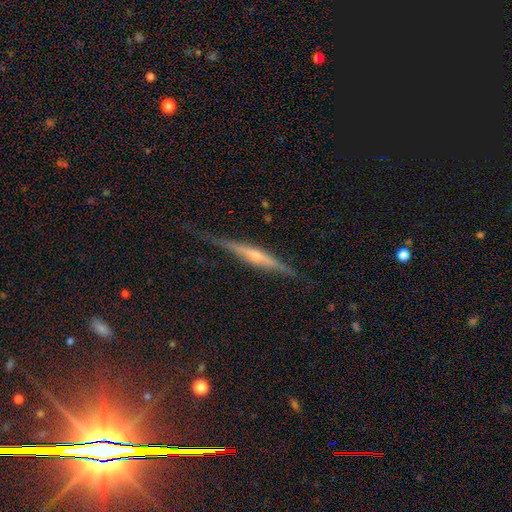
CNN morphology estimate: smooth-or-featured: featured or disk: 78% | smooth: 15% | star or artifact: 8%
  disk-edge-on: yes: 97% | no: 3%
    edge-on-bulge: rounded: 75% | none: 17% | boxy: 8%
  merging: none: 82% | minor disturbance: 13% | major disturbance: 3% | merger: 1%